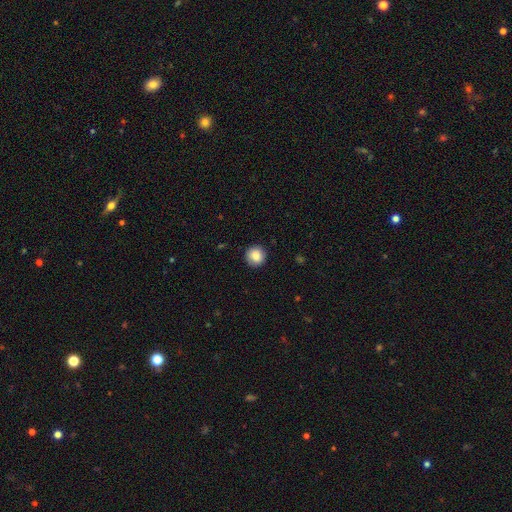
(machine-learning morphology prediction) Smooth or featured? Predicted: smooth (p=0.86). How rounded? Predicted: round (p=0.93). Merging? Predicted: none (p=0.90).